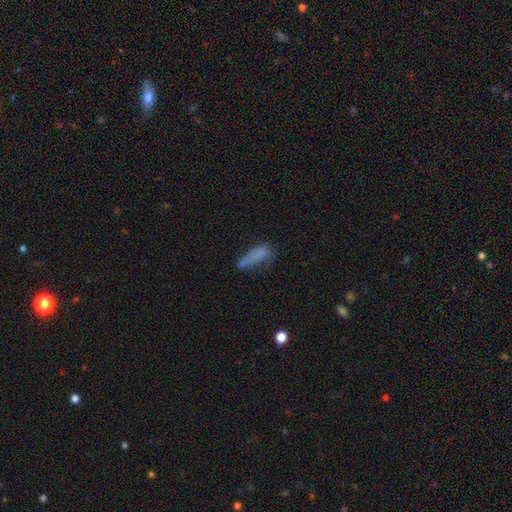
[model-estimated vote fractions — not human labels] smooth-or-featured: smooth: 69% | featured or disk: 18% | star or artifact: 13%
  how-rounded: in between: 51% | cigar-shaped: 46% | round: 3%
  merging: none: 40% | minor disturbance: 29% | major disturbance: 23% | merger: 8%